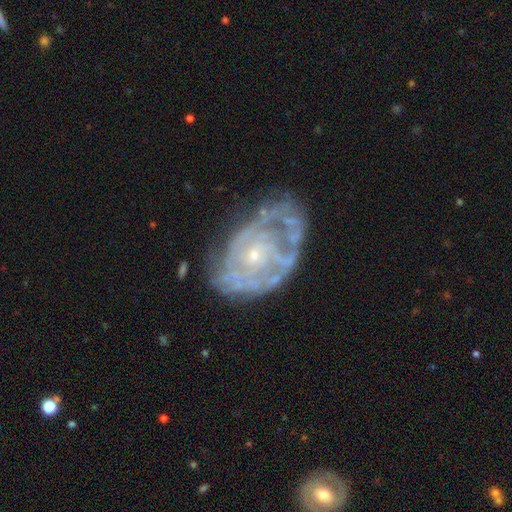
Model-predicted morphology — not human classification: smooth-or-featured: featured or disk: 79% | smooth: 14% | star or artifact: 7%
  disk-edge-on: no: 97% | yes: 3%
    bar: no: 81% | weak: 16% | strong: 3%
    has-spiral-arms: yes: 65% | no: 35%
    bulge-size: small: 76% | moderate: 18% | none: 4% | large: 1% | dominant: 1%
  merging: none: 50% | minor disturbance: 27% | major disturbance: 20% | merger: 3%